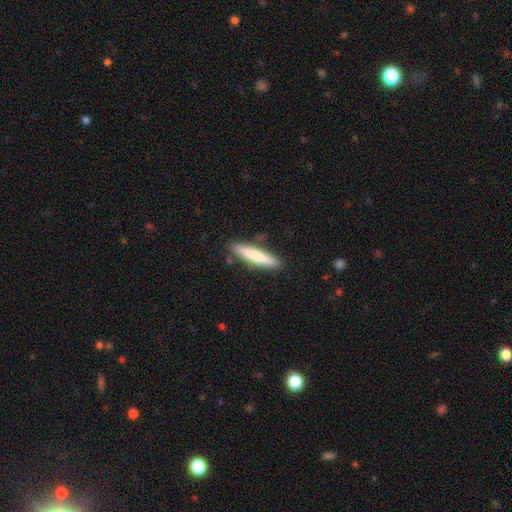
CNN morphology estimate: Smooth or featured?
  - smooth: 75% *
  - featured or disk: 20%
  - star or artifact: 5%
How rounded?
  - cigar-shaped: 90% *
  - in between: 8%
  - round: 1%
Merging?
  - none: 86% *
  - minor disturbance: 10%
  - merger: 2%
  - major disturbance: 2%